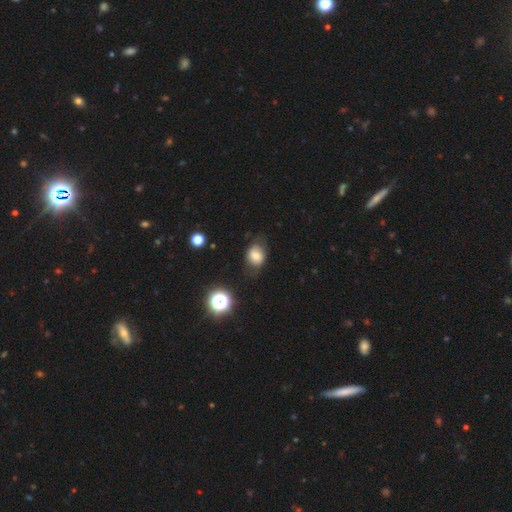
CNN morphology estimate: The model was most divided on "how rounded": in between: 62%, round: 37%, cigar-shaped: 1%. More confident: smooth or featured — smooth (70%); merging — none (65%).